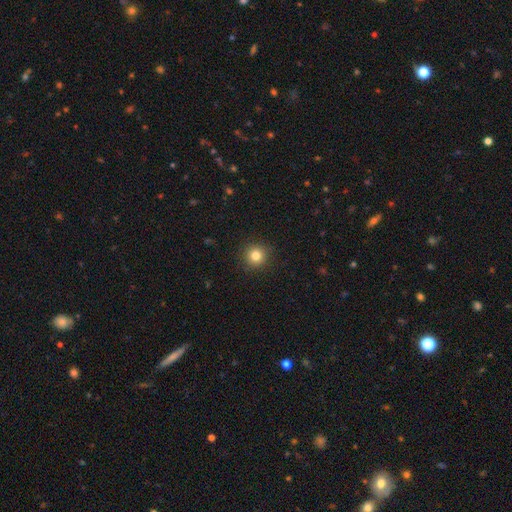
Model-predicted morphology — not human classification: This is clearly a smooth galaxy (82%). How rounded: clearly round (94%). Merging: clearly none (91%).